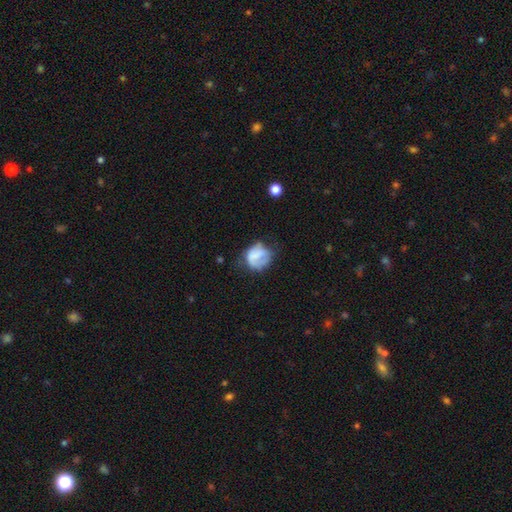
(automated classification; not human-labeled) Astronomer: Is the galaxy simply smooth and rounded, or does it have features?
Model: smooth — 63%.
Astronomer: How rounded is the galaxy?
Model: round — 63%.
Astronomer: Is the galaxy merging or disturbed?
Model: none — 41% (runner-up: minor disturbance, 33%).